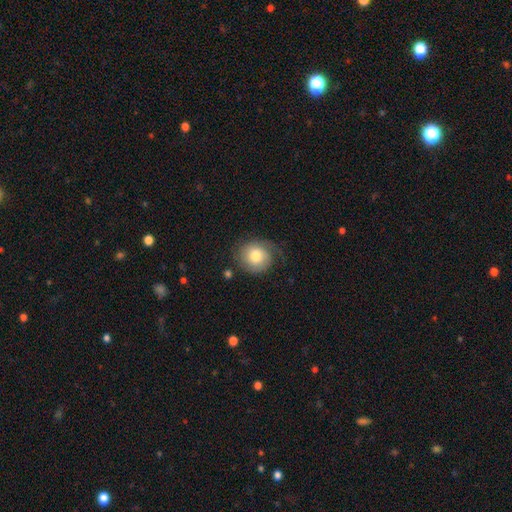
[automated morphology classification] smooth-or-featured: smooth: 59% | featured or disk: 34% | star or artifact: 8%
  how-rounded: round: 77% | in between: 22% | cigar-shaped: 1%
  merging: none: 60% | minor disturbance: 24% | major disturbance: 14% | merger: 2%